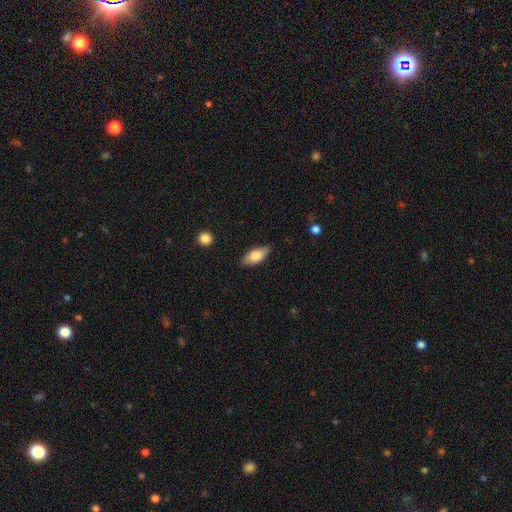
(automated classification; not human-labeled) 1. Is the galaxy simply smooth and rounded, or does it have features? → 78% smooth, 15% featured or disk, 6% star or artifact.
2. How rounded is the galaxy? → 86% in between, 11% cigar-shaped, 3% round.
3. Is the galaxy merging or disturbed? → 78% none, 18% minor disturbance, 3% major disturbance, 1% merger.